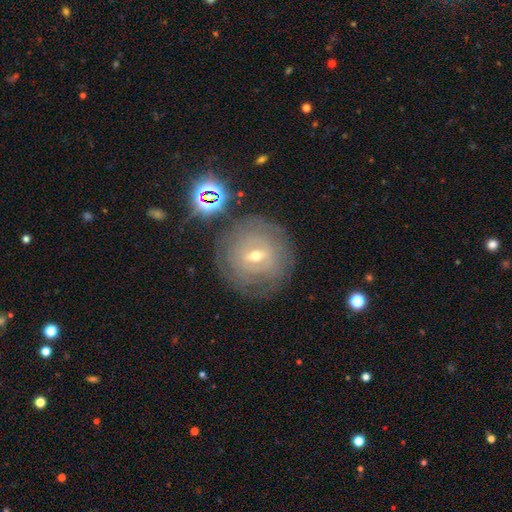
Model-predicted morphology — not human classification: smooth-or-featured: featured or disk: 68% | smooth: 21% | star or artifact: 11%
  disk-edge-on: no: 95% | yes: 5%
    bar: weak: 54% | strong: 24% | no: 22%
    has-spiral-arms: yes: 72% | no: 28%
    bulge-size: small: 53% | moderate: 43% | large: 2% | none: 1% | dominant: 1%
  merging: none: 79% | minor disturbance: 12% | major disturbance: 6% | merger: 3%